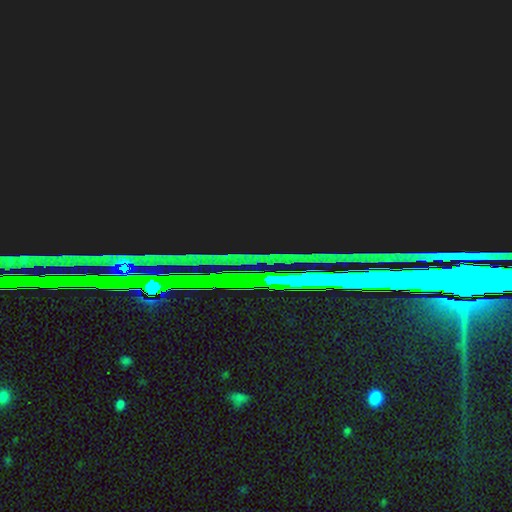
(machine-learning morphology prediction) A star or artifact, not a galaxy (83%).

Vote fractions:
- Smooth or featured? star or artifact: 83% / featured or disk: 10% / smooth: 7%